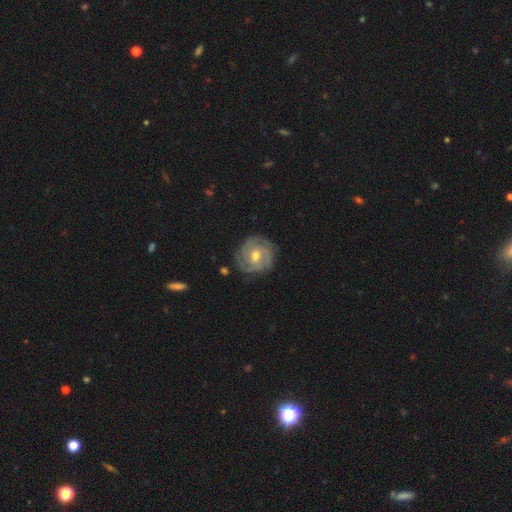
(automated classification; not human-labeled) A featured or disk galaxy (80%) with no bar (47%), 2 (30%) tight (68%) spiral arms (92%) and a moderate central bulge (71%). Merging: none (79%).